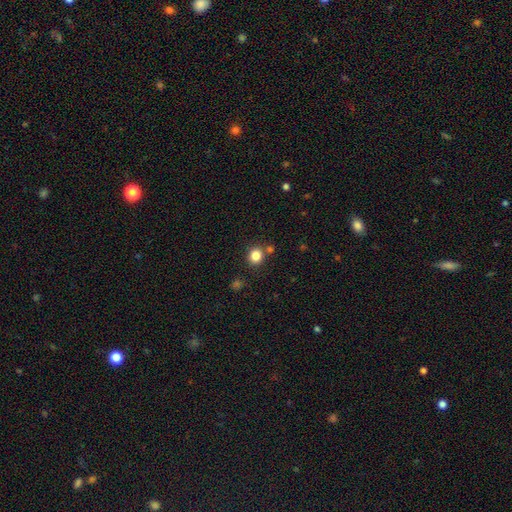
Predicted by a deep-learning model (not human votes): Morphology: type=smooth (84%); roundness=round (79%); merging=none (79%).